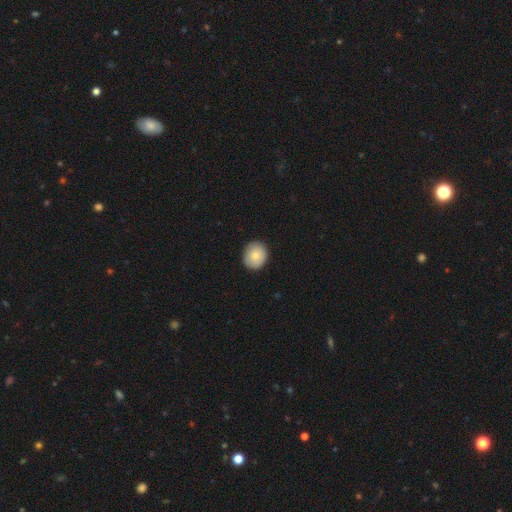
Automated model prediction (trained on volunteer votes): A smooth galaxy with no disk features (78%) that is round (73%).

Vote fractions:
- Smooth or featured? smooth: 78% / featured or disk: 15% / star or artifact: 7%
- How rounded? round: 73% / in between: 26% / cigar-shaped: 1%
- Merging? none: 87% / minor disturbance: 10% / major disturbance: 2% / merger: 1%